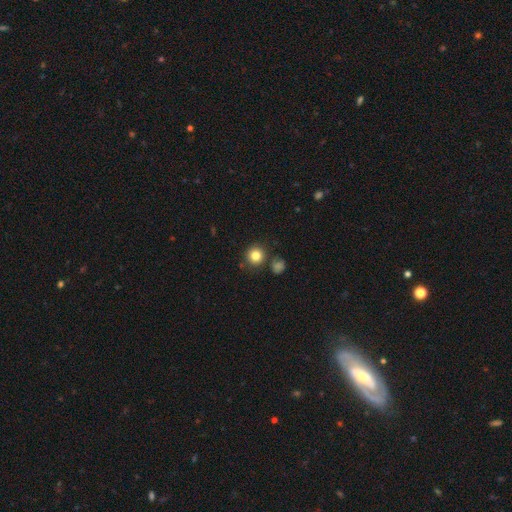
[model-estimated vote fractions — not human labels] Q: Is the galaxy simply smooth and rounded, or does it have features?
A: smooth — 83%.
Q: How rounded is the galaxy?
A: round — 93%.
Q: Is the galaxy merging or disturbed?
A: none — 83%.